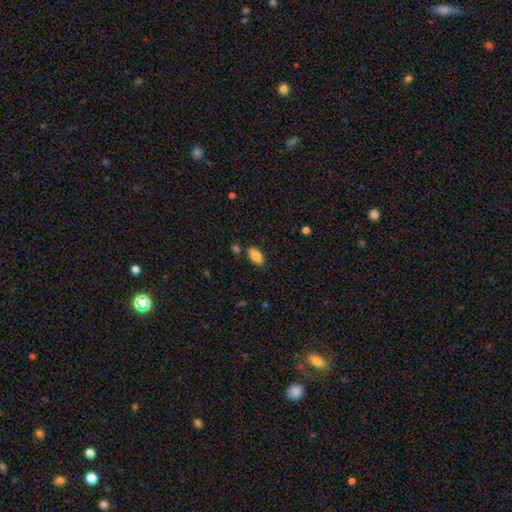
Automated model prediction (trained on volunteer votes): This appears to be a smooth galaxy with no disk features (85%) that is in between round and cigar-shaped (93%). Merging: none (81%).